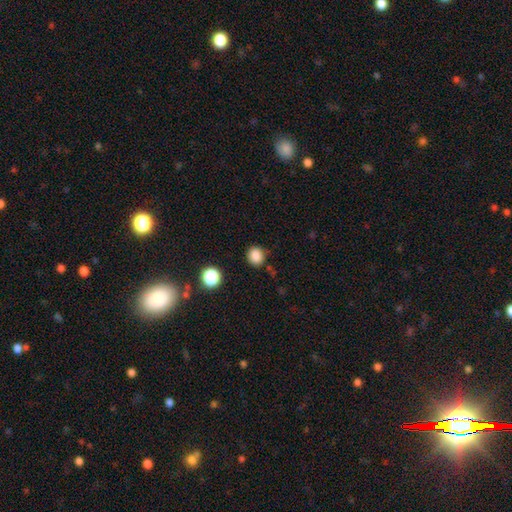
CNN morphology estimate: A smooth galaxy with no disk features (84%) that is round (77%).

Vote fractions:
- Smooth or featured? smooth: 84% / star or artifact: 12% / featured or disk: 4%
- How rounded? round: 77% / in between: 22% / cigar-shaped: 1%
- Merging? none: 83% / minor disturbance: 11% / major disturbance: 3% / merger: 3%